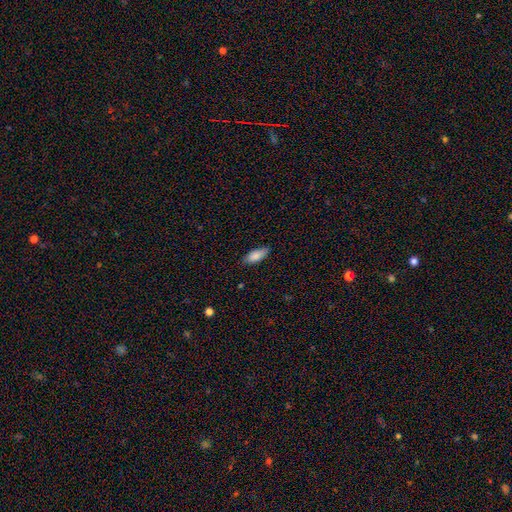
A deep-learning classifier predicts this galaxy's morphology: Smooth or featured? Predicted: smooth (p=0.86). How rounded? Predicted: in between (p=0.78). Merging? Predicted: none (p=0.80).